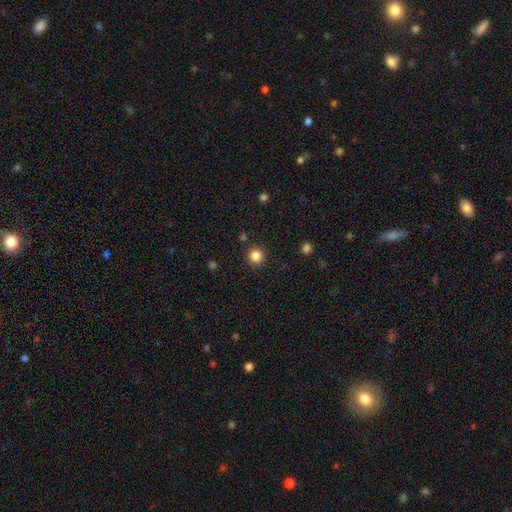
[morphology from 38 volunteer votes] smooth-or-featured: smooth: 95% | star or artifact: 5% | featured or disk: 0%
  how-rounded: round: 97% | in between: 3% | cigar-shaped: 0%
  merging: none: 94% | minor disturbance: 3% | major disturbance: 3% | merger: 0%